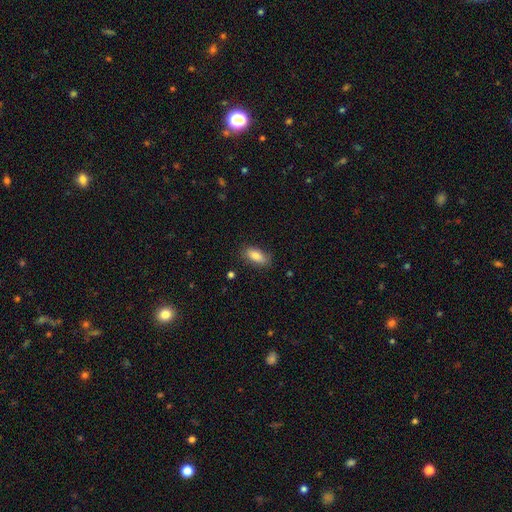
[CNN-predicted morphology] This appears to be a smooth galaxy with no disk features (82%) that is in between round and cigar-shaped (86%). Merging: none (82%).